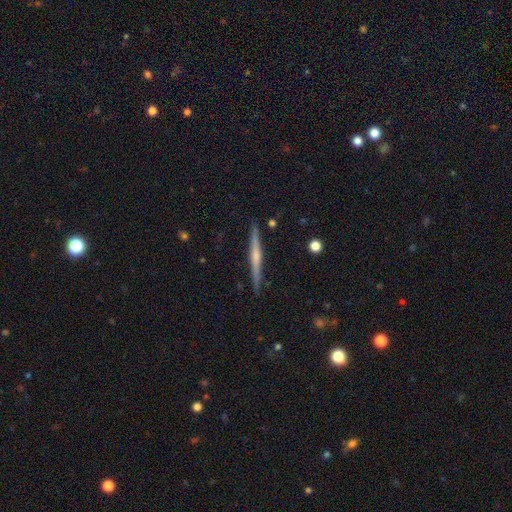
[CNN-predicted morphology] Smooth or featured? Predicted: featured or disk (p=0.68). Edge-on disk? Predicted: yes (p=0.98). Edge-on bulge? Predicted: rounded (p=0.52). Merging? Predicted: none (p=0.90).